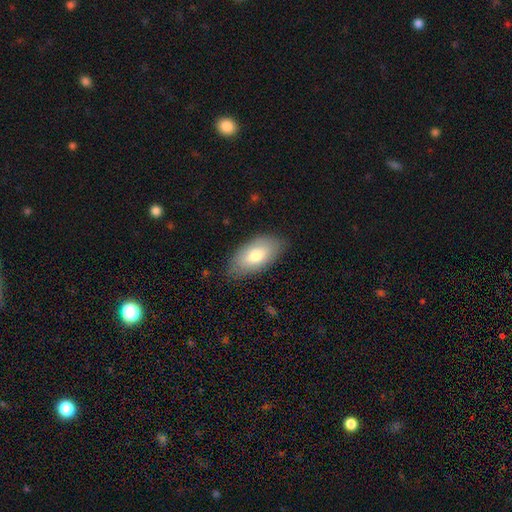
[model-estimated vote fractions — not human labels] smooth_or_featured: smooth (p=0.75) [alt: featured or disk p=0.18]
how_rounded: in between (p=0.93) [alt: cigar-shaped p=0.04]
merging: none (p=0.81) [alt: minor disturbance p=0.14]